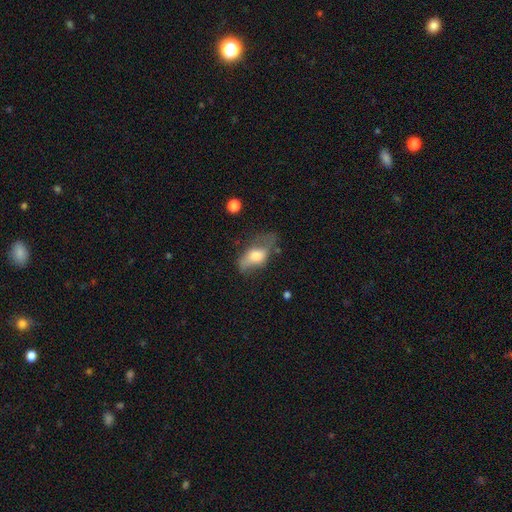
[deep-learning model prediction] Smooth or featured?
  - smooth: 52% *
  - featured or disk: 40%
  - star or artifact: 8%
How rounded?
  - in between: 84% *
  - cigar-shaped: 9%
  - round: 8%
Merging?
  - none: 42% *
  - minor disturbance: 30%
  - major disturbance: 25%
  - merger: 4%